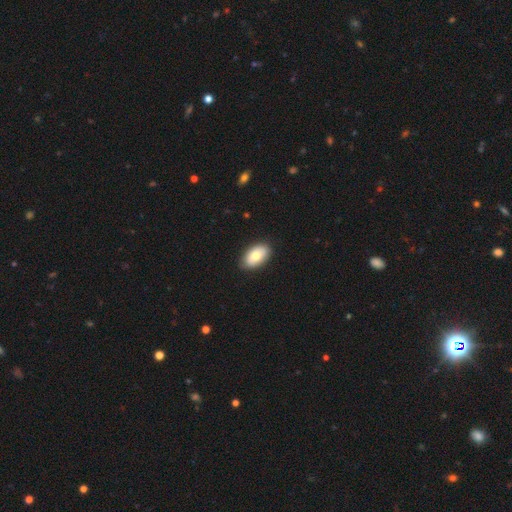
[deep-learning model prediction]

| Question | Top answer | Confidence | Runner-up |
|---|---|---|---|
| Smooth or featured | smooth | 78% | featured or disk (16%) |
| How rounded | in between | 93% | round (5%) |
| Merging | none | 87% | minor disturbance (10%) |